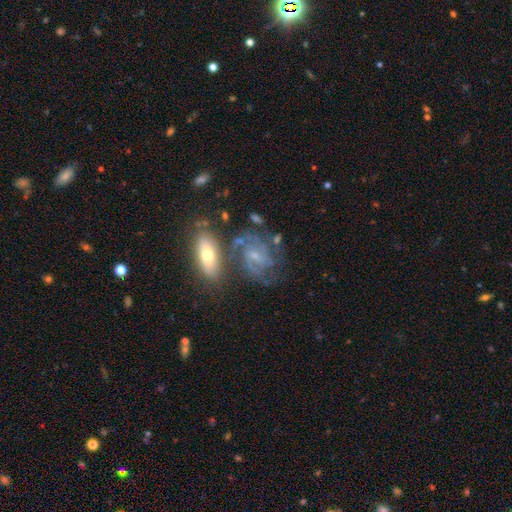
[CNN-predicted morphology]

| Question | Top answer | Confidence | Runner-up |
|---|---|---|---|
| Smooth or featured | featured or disk | 78% | smooth (14%) |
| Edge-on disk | no | 96% | yes (4%) |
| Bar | weak | 44% | no (43%) |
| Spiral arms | yes | 91% | no (9%) |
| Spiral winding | tight | 47% | medium (42%) |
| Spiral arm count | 2 | 39% | can't tell (31%) |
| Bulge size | small | 65% | moderate (26%) |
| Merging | none | 56% | minor disturbance (19%) |